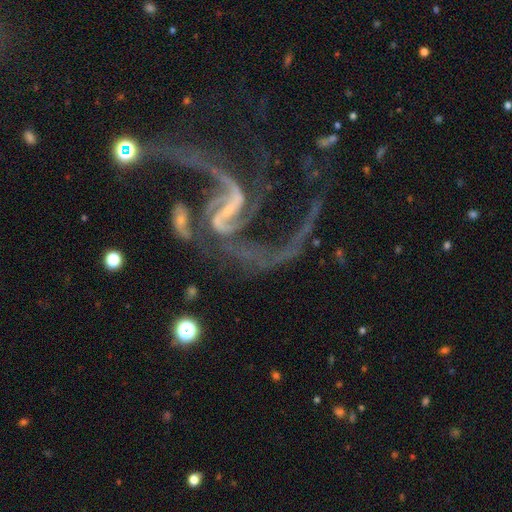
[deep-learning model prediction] smooth_or_featured: featured or disk (p=0.91) [alt: star or artifact p=0.07]
disk_edge_on: no (p=0.98) [alt: yes p=0.02]
bar: weak (p=0.43) [alt: strong p=0.35]
has_spiral_arms: yes (p=0.97) [alt: no p=0.03]
spiral_winding: loose (p=0.67) [alt: medium p=0.26]
spiral_arm_count: 2 (p=0.82) [alt: 3 p=0.05]
bulge_size: small (p=0.64) [alt: none p=0.23]
merging: none (p=0.36) [alt: major disturbance p=0.34]